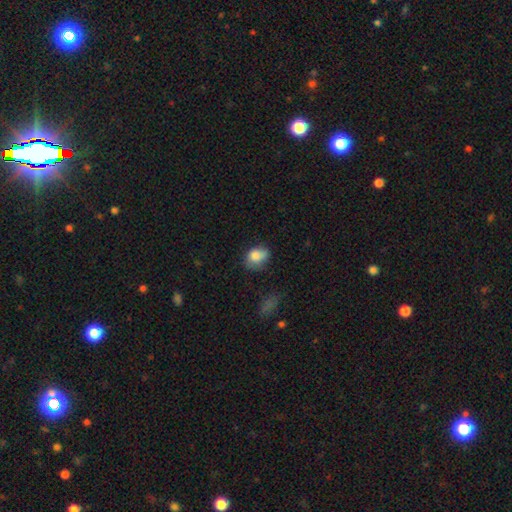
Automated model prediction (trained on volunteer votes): Smooth or featured? Predicted: smooth (p=0.80). How rounded? Predicted: in between (p=0.61). Merging? Predicted: none (p=0.53).